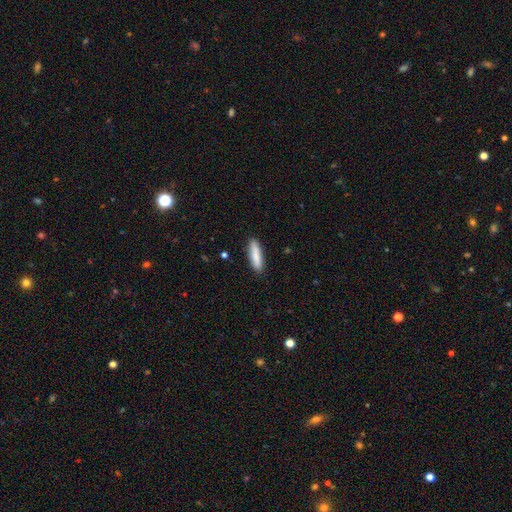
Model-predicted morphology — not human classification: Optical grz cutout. It shows a smooth galaxy with no disk features (84%) that is cigar-shaped (71%). Merging: none (88%).